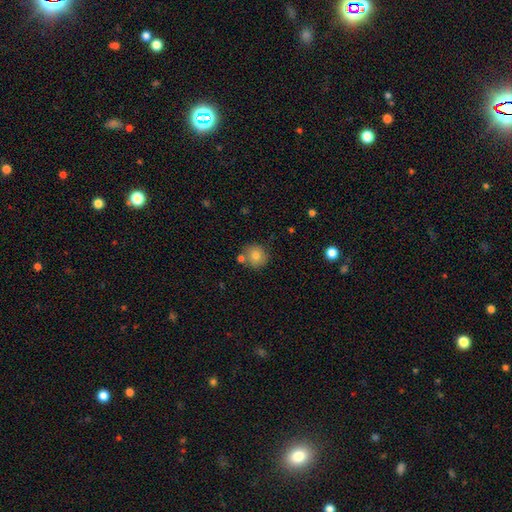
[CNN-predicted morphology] Smooth or featured: smooth — 79% (featured or disk — 11%)
How rounded: round — 91% (in between — 8%)
Merging: none — 72% (merger — 14%)